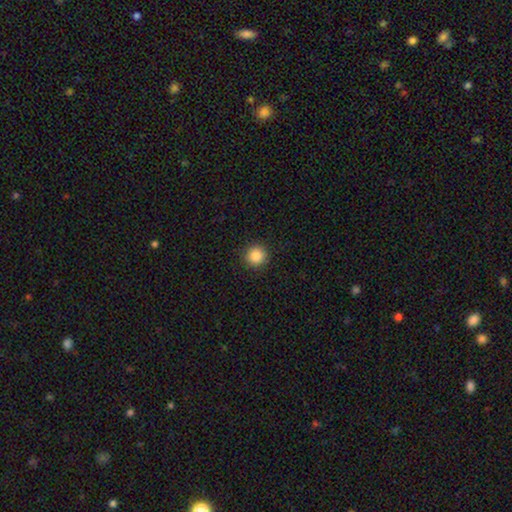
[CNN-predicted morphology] This appears to be a smooth galaxy with no disk features (85%) that is round (95%). Merging: none (92%).